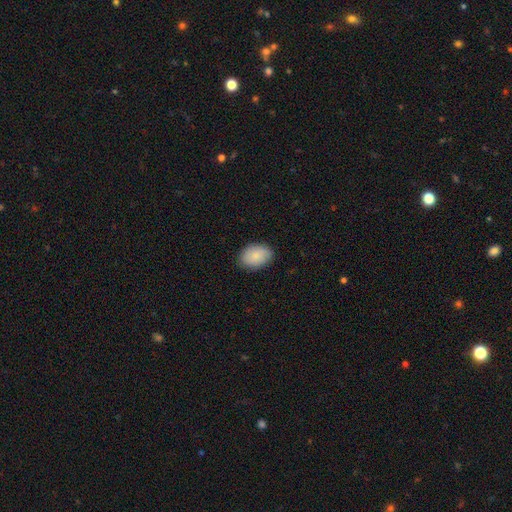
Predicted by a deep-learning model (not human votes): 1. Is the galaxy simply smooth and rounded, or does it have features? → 85% smooth, 9% featured or disk, 6% star or artifact.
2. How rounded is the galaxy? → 83% in between, 16% round, 1% cigar-shaped.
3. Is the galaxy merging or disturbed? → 85% none, 12% minor disturbance, 2% major disturbance, 1% merger.